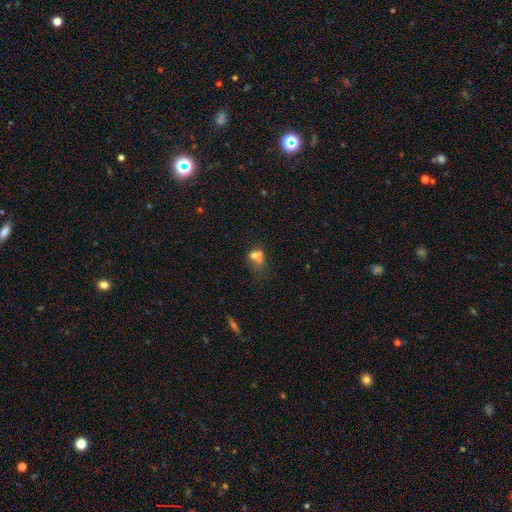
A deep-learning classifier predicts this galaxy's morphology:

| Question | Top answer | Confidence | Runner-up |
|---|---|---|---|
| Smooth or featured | smooth | 62% | featured or disk (21%) |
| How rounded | in between | 52% | round (45%) |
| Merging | merger | 40% | none (26%) |